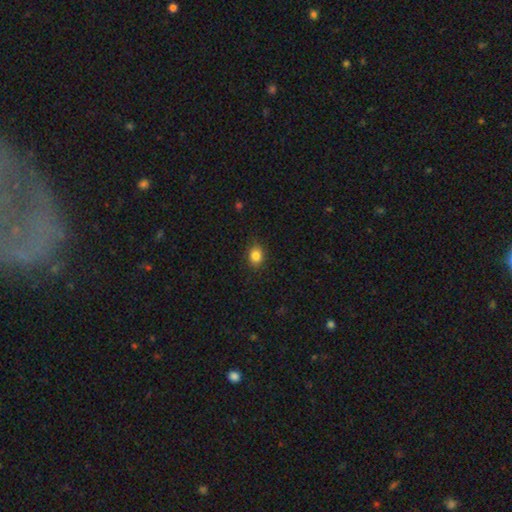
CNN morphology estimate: Overall: smooth (84%). How rounded: in between (53%; round 45%). Merging: none (86%).